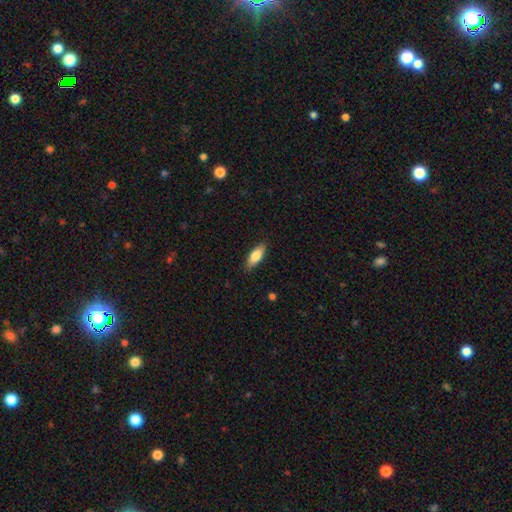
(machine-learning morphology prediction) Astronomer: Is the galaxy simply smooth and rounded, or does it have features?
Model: smooth — 79%.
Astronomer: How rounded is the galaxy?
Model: in between — 70%.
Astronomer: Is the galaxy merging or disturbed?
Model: none — 86%.